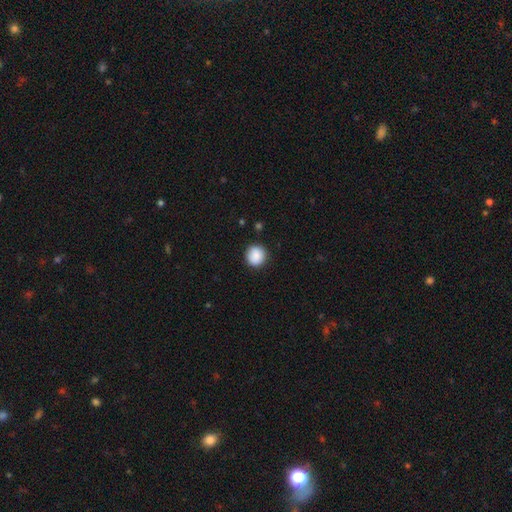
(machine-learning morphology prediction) type=smooth (88%); roundness=round (91%); merging=none (88%).